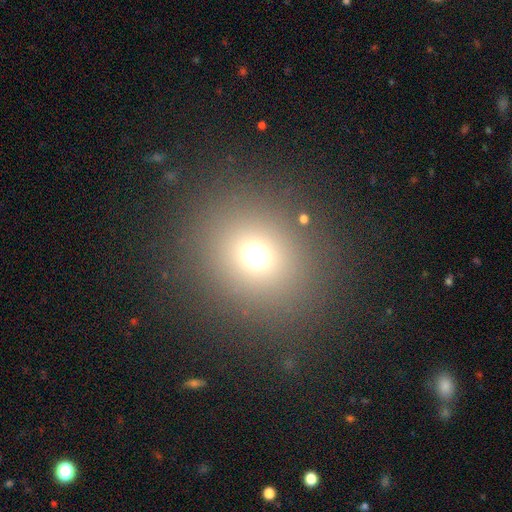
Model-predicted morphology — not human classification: This is likely a smooth galaxy (69%). How rounded: likely round (78%). Merging: clearly none (86%).